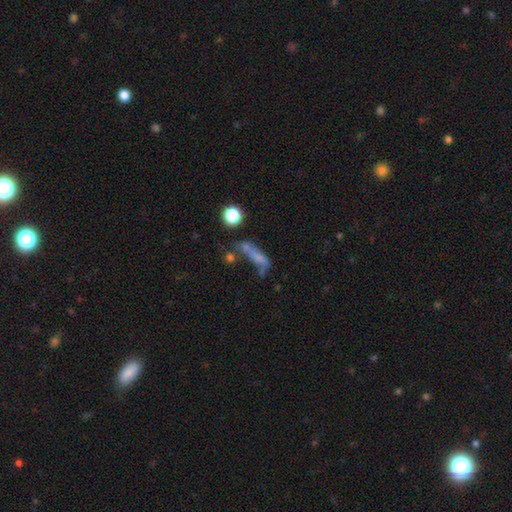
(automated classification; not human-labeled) A smooth galaxy with no disk features (54%) that is cigar-shaped (60%). Merging: none (38%).